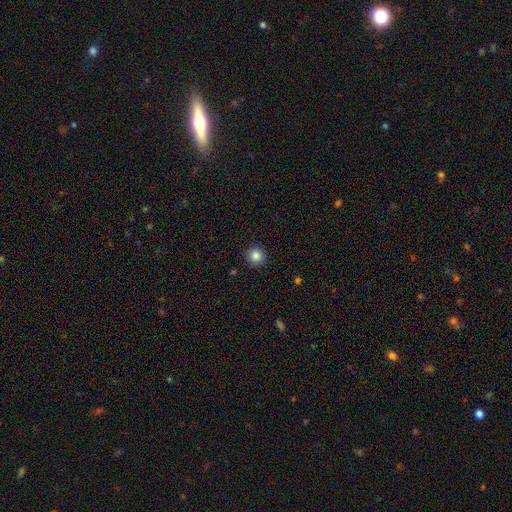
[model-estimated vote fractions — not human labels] A smooth galaxy with no disk features (84%) that is round (94%).

Vote fractions:
- Smooth or featured? smooth: 84% / star or artifact: 11% / featured or disk: 5%
- How rounded? round: 94% / in between: 5% / cigar-shaped: 1%
- Merging? none: 92% / minor disturbance: 6% / major disturbance: 2% / merger: 1%